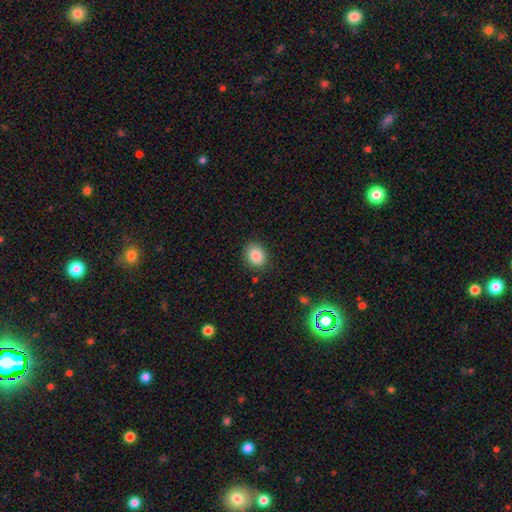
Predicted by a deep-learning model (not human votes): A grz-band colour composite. It shows a smooth galaxy with no disk features (86%) that is round (67%). Merging: none (85%).